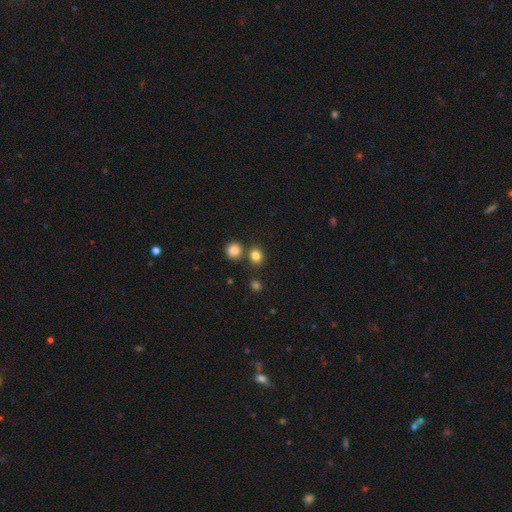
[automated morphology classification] Smooth or featured? Predicted: smooth (p=0.82). How rounded? Predicted: round (p=0.77). Merging? Predicted: none (p=0.73).